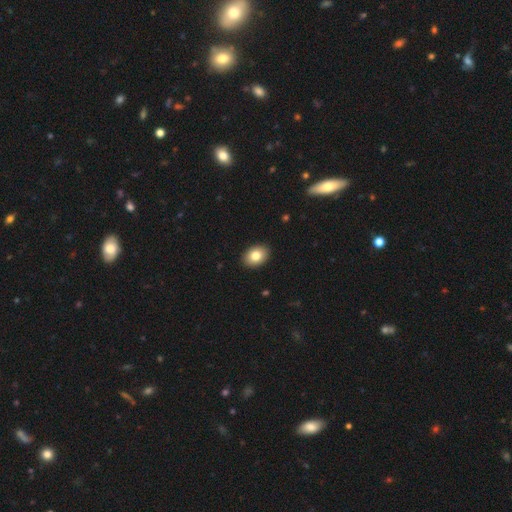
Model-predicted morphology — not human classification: smooth 82%, featured or disk 10%, star or artifact 8%. Down the decision tree: how rounded — in between (76%); merging — none (91%).